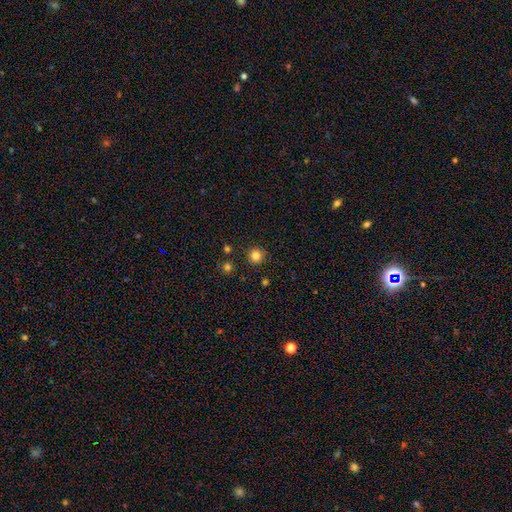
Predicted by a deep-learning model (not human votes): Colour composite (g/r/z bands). It shows a smooth galaxy with no disk features (83%) that is round (95%). Merging: none (90%).